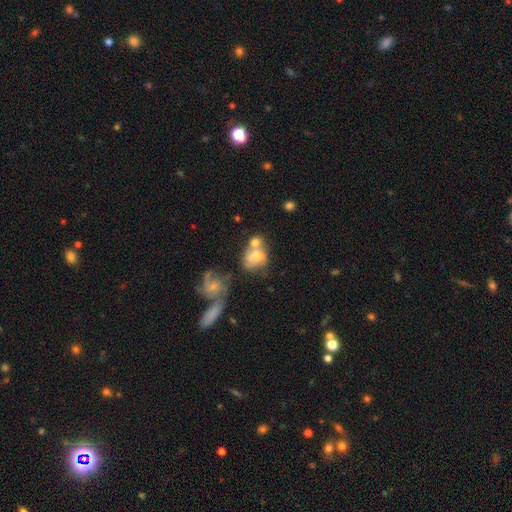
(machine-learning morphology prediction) Smooth or featured? Predicted: smooth (p=0.51). How rounded? Predicted: in between (p=0.57). Merging? Predicted: merger (p=0.56).